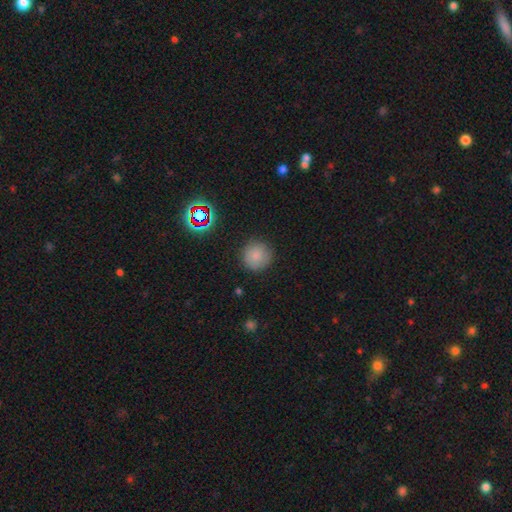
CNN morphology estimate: A smooth galaxy with no disk features (81%) that is round (94%). Merging: none (88%).